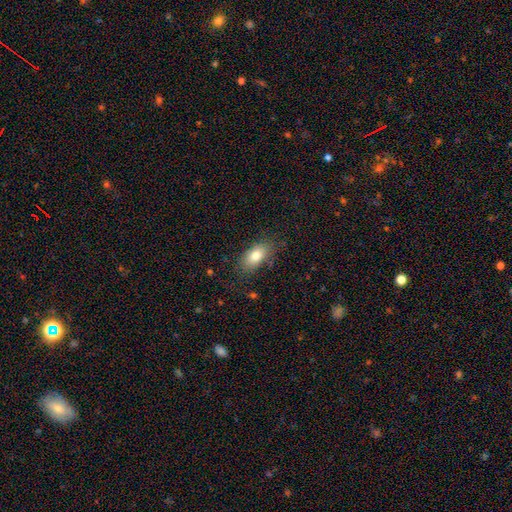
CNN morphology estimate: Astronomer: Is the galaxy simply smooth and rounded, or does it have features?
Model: smooth — 79%.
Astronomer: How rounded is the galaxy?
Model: in between — 89%.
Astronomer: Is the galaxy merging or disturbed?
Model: none — 78%.